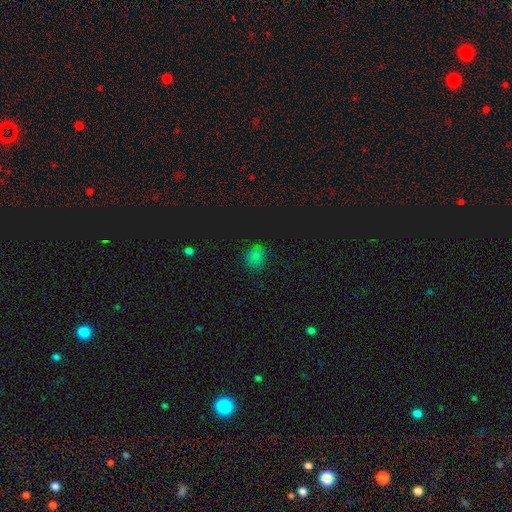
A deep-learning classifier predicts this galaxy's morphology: A smooth galaxy with no disk features (67%) that is round (81%).

Vote fractions:
- Smooth or featured? smooth: 67% / star or artifact: 26% / featured or disk: 6%
- How rounded? round: 81% / in between: 18% / cigar-shaped: 1%
- Merging? none: 78% / minor disturbance: 16% / major disturbance: 4% / merger: 2%